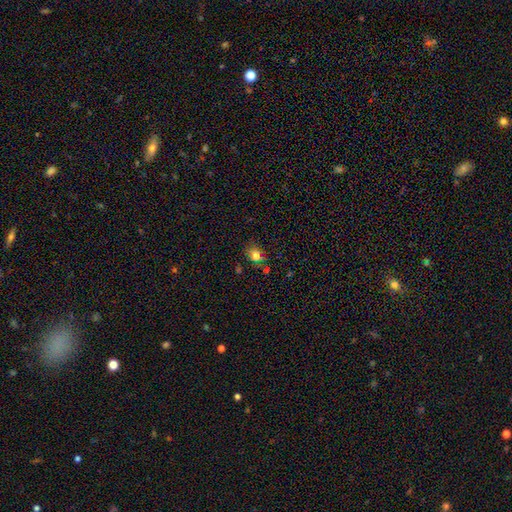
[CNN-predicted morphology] A smooth galaxy with no disk features (74%) that is round (53%). Merging: none (72%).